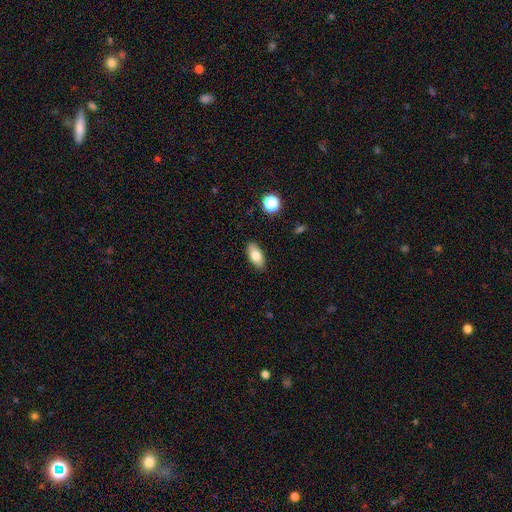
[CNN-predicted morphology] A smooth galaxy with no disk features (79%) that is in between round and cigar-shaped (86%). Merging: none (87%).